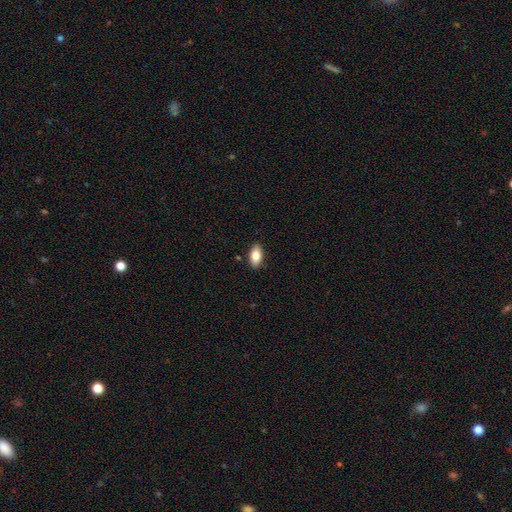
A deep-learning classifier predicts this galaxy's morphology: smooth 82%, featured or disk 11%, star or artifact 7%. Down the decision tree: how rounded — in between (93%); merging — none (89%).